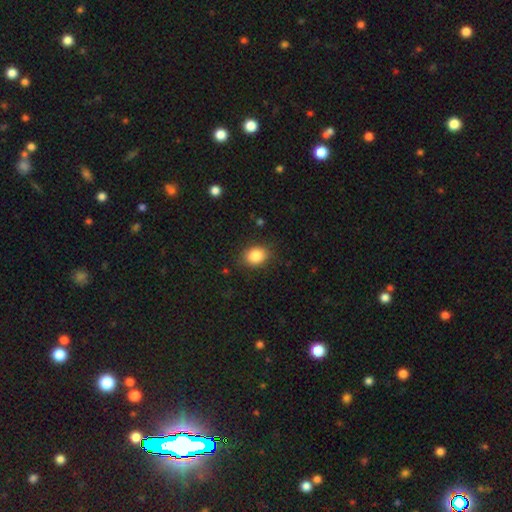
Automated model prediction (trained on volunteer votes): smooth-or-featured: smooth: 86% | star or artifact: 9% | featured or disk: 5%
  how-rounded: in between: 57% | round: 42% | cigar-shaped: 1%
  merging: none: 85% | minor disturbance: 11% | major disturbance: 3% | merger: 1%